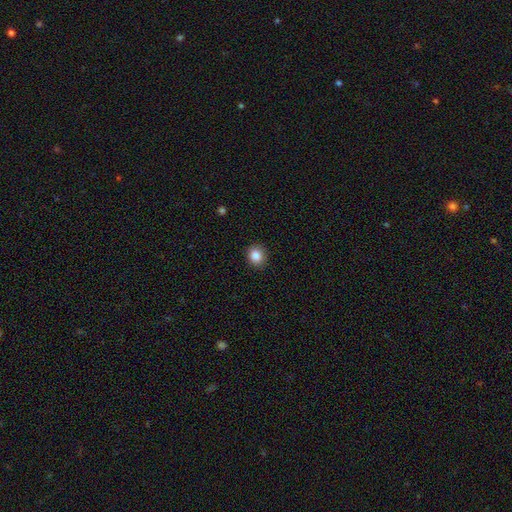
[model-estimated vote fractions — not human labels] Q: Smooth or featured?
A: smooth (86%); runner-up: star or artifact (10%)
Q: How rounded?
A: round (80%); runner-up: in between (19%)
Q: Merging?
A: none (91%); runner-up: minor disturbance (6%)